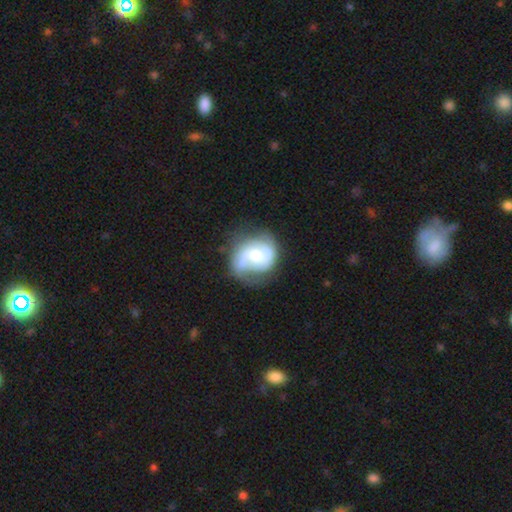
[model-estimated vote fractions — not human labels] smooth-or-featured: featured or disk: 71% | smooth: 24% | star or artifact: 6%
  disk-edge-on: no: 97% | yes: 3%
    bar: no: 64% | weak: 29% | strong: 7%
    has-spiral-arms: yes: 83% | no: 17%
      spiral-winding: medium: 40% | tight: 38% | loose: 22%
      spiral-arm-count: 2: 66% | can't tell: 15% | 1: 12% | 3: 4% | 4: 1% | more than 4: 1%
    bulge-size: moderate: 69% | small: 19% | large: 9% | none: 1% | dominant: 1%
  merging: none: 59% | minor disturbance: 25% | major disturbance: 14% | merger: 2%